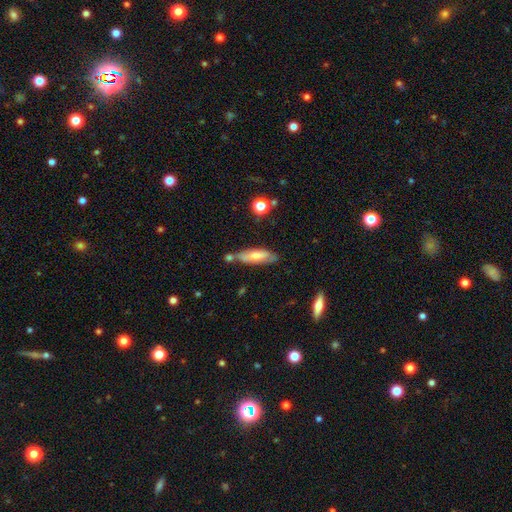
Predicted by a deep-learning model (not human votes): Q: Smooth or featured?
A: smooth (61%); runner-up: featured or disk (32%)
Q: How rounded?
A: in between (50%); runner-up: cigar-shaped (49%)
Q: Merging?
A: none (57%); runner-up: minor disturbance (23%)